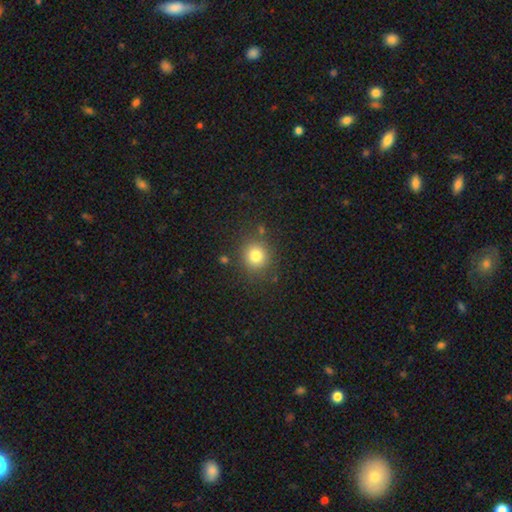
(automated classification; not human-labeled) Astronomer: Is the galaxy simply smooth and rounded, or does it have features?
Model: smooth — 80%.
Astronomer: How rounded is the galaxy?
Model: round — 88%.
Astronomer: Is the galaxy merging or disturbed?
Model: none — 84%.